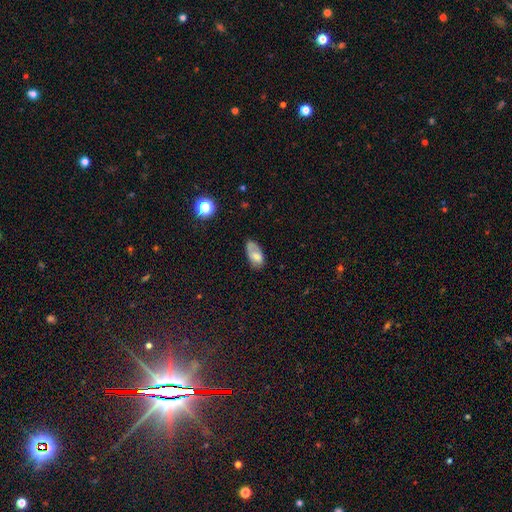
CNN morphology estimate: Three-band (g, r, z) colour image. It shows a smooth galaxy with no disk features (68%) that is in between round and cigar-shaped (92%). Merging: none (53%).